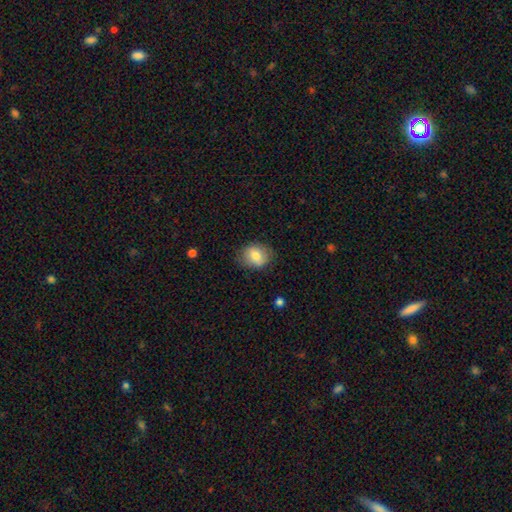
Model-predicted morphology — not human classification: The model was most divided on "how rounded": round: 54%, in between: 45%, cigar-shaped: 1%. More confident: merging — none (78%); smooth or featured — smooth (77%).